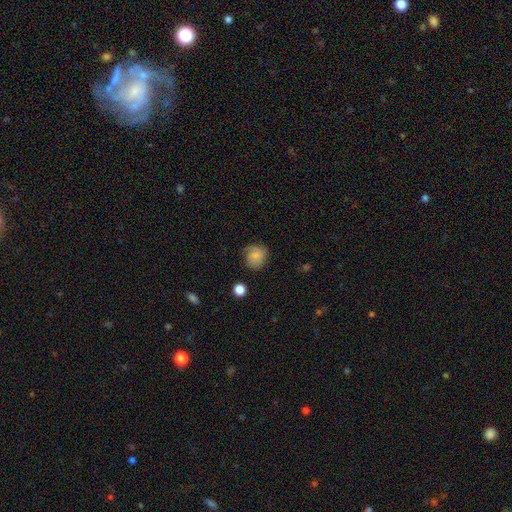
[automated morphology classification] smooth-or-featured: smooth: 70% | featured or disk: 20% | star or artifact: 9%
  how-rounded: round: 75% | in between: 24% | cigar-shaped: 1%
  merging: none: 65% | minor disturbance: 24% | major disturbance: 9% | merger: 2%